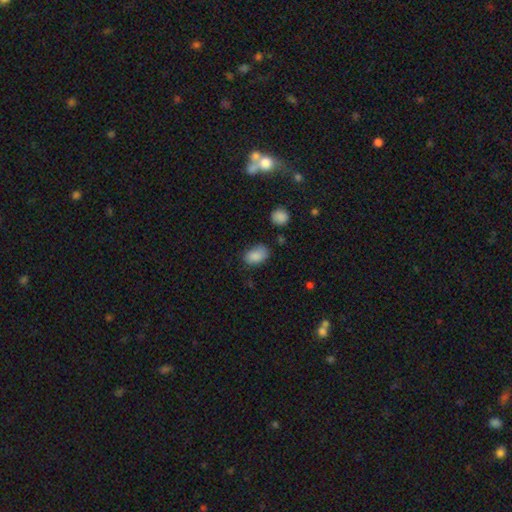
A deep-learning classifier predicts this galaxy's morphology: smooth_or_featured: smooth (p=0.87) [alt: star or artifact p=0.09]
how_rounded: in between (p=0.86) [alt: round p=0.13]
merging: none (p=0.68) [alt: minor disturbance p=0.24]